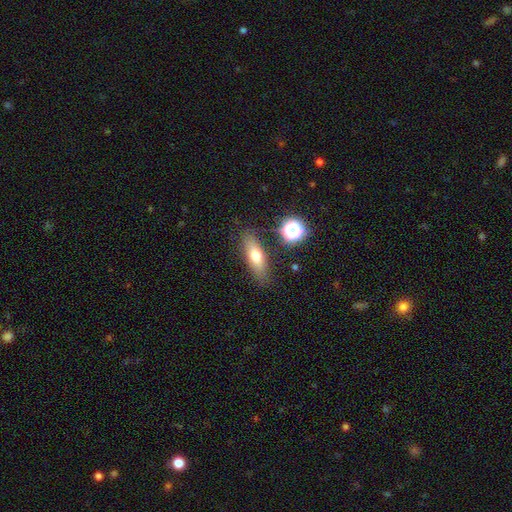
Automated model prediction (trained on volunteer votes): The model was most divided on "how rounded": in between: 56%, cigar-shaped: 39%, round: 6%. More confident: merging — none (82%); smooth or featured — smooth (67%).